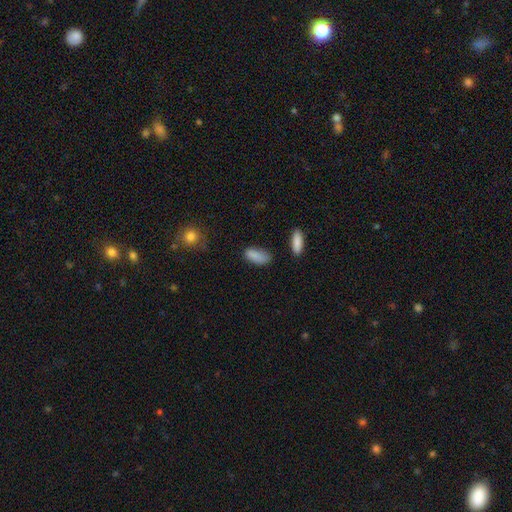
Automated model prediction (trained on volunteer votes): This is clearly a smooth galaxy (87%). How rounded: clearly in between (83%). Merging: likely none (68%).